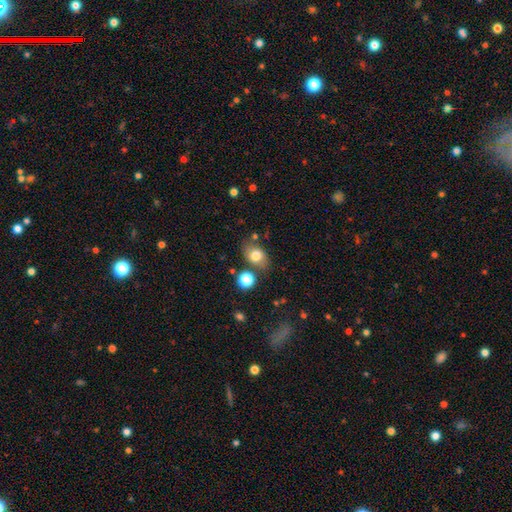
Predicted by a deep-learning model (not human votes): The model was most divided on "how rounded": in between: 72%, round: 26%, cigar-shaped: 1%. More confident: smooth or featured — smooth (77%); merging — none (73%).